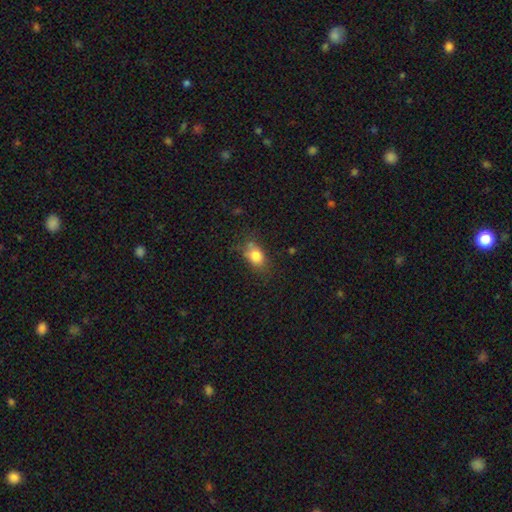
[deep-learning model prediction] A smooth galaxy with no disk features (80%) that is in between round and cigar-shaped (67%). Merging: none (62%).